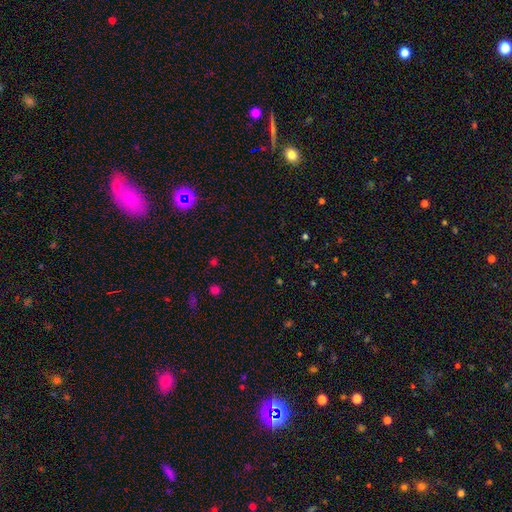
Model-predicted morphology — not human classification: Smooth or featured: star or artifact — 62% (smooth — 31%)